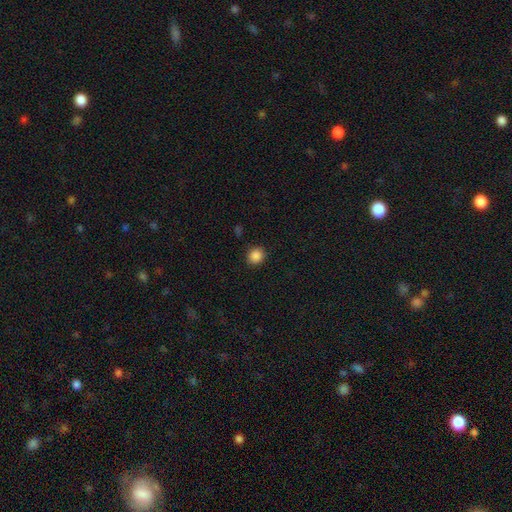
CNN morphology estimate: Smooth or featured? Predicted: smooth (p=0.87). How rounded? Predicted: round (p=0.81). Merging? Predicted: none (p=0.90).